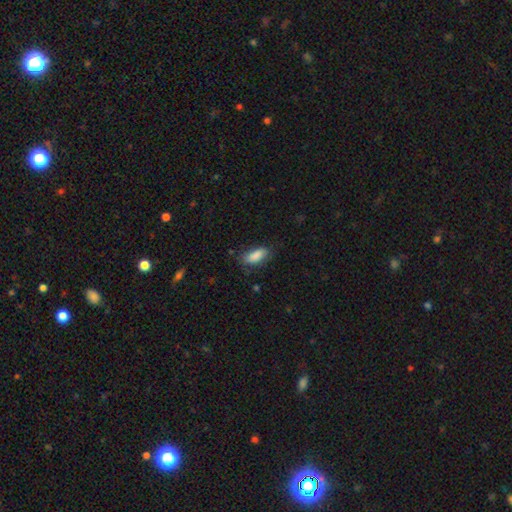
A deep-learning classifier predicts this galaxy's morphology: This is clearly a smooth galaxy (85%). How rounded: clearly in between (83%). Merging: likely none (70%).